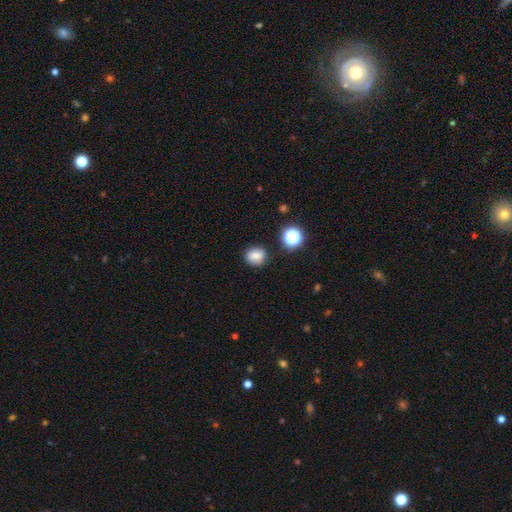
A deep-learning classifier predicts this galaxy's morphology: Q: Smooth or featured?
A: smooth (80%); runner-up: star or artifact (13%)
Q: How rounded?
A: round (73%); runner-up: in between (26%)
Q: Merging?
A: none (81%); runner-up: minor disturbance (12%)